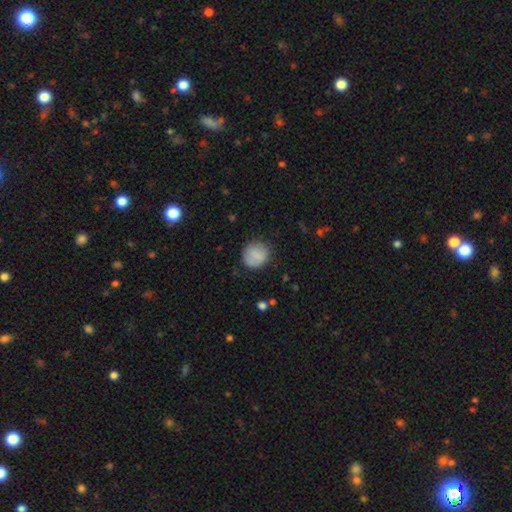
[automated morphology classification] The model was most divided on "merging": none: 82%, minor disturbance: 13%, major disturbance: 4%, merger: 1%. More confident: how rounded — round (86%); smooth or featured — smooth (85%).